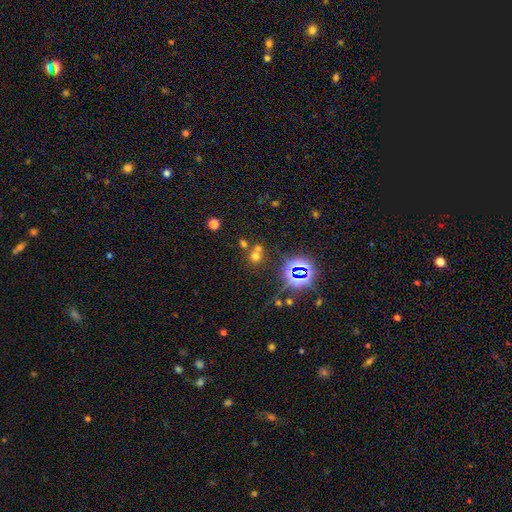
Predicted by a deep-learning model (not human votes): The model was most divided on "merging": none: 51%, merger: 38%, minor disturbance: 7%, major disturbance: 4%. More confident: how rounded — round (85%); smooth or featured — smooth (52%).